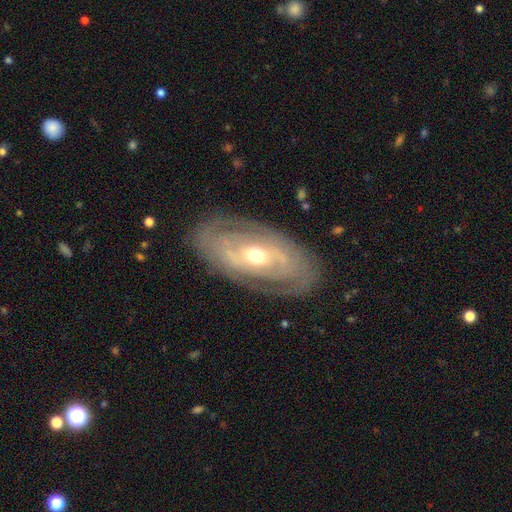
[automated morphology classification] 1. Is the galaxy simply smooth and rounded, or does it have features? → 80% featured or disk, 15% smooth, 5% star or artifact.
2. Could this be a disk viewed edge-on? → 91% no, 9% yes.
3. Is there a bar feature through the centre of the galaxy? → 53% no, 30% weak, 17% strong.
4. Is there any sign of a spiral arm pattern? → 70% yes, 30% no.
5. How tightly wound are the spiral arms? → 63% tight, 26% medium, 11% loose.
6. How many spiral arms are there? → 48% 2, 36% can't tell, 6% 3, 5% 1, 3% 4, 3% more than 4.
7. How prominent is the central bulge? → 67% moderate, 26% small, 5% large, 1% dominant, 1% none.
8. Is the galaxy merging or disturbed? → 81% none, 13% minor disturbance, 5% major disturbance, 1% merger.